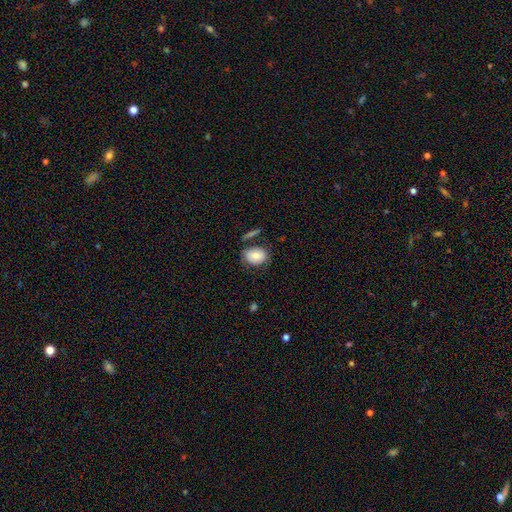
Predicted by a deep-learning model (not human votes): The model was most divided on "how rounded": in between: 68%, round: 31%, cigar-shaped: 1%. More confident: smooth or featured — smooth (80%); merging — none (66%).